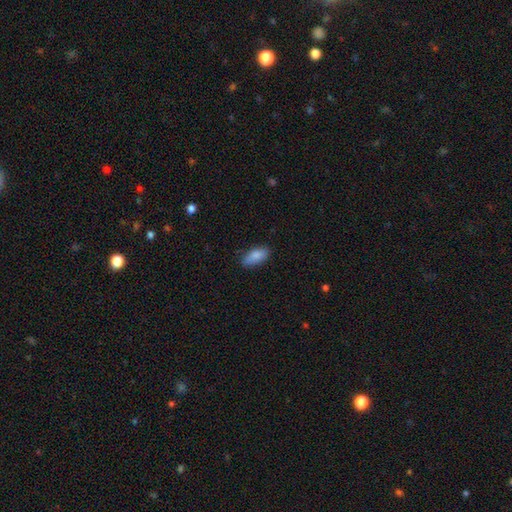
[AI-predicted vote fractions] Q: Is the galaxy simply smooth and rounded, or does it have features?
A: smooth — 84%.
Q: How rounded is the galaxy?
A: in between — 86%.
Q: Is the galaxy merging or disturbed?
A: none — 80%.